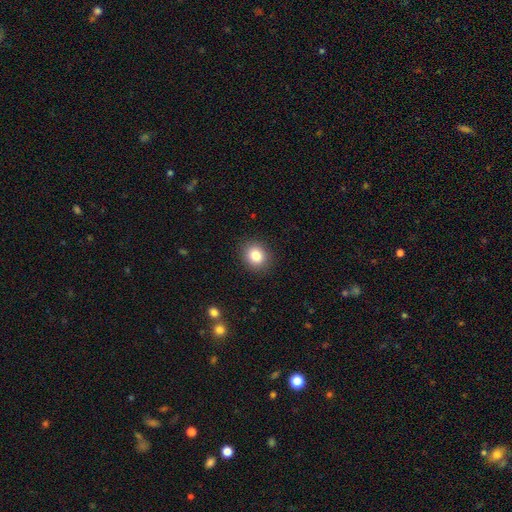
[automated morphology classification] Smooth or featured? Predicted: smooth (p=0.83). How rounded? Predicted: round (p=0.71). Merging? Predicted: none (p=0.90).